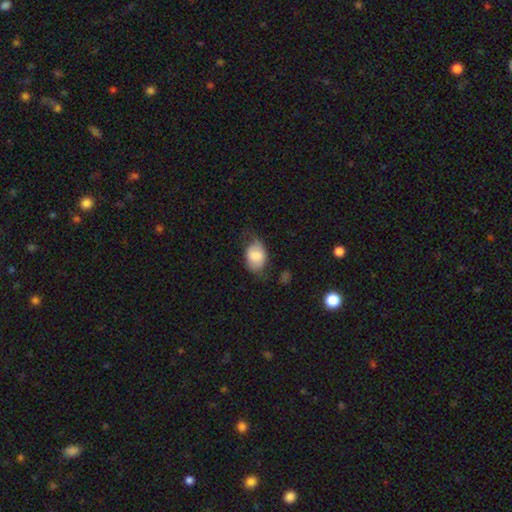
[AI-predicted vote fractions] smooth_or_featured: smooth (p=0.71) [alt: featured or disk p=0.22]
how_rounded: in between (p=0.77) [alt: round p=0.22]
merging: none (p=0.45) [alt: minor disturbance p=0.33]